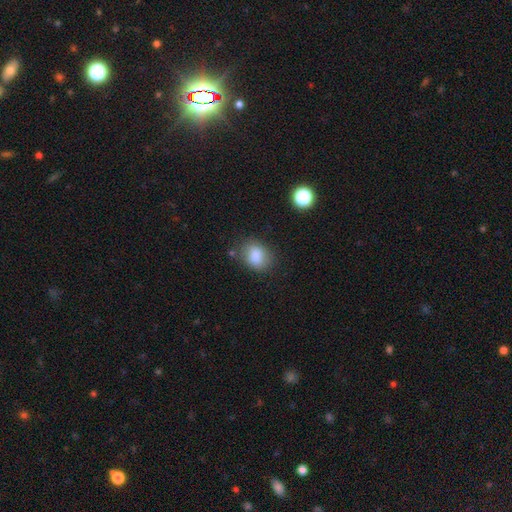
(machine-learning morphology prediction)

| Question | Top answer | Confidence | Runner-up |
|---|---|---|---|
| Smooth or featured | smooth | 84% | star or artifact (9%) |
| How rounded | in between | 61% | round (38%) |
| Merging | none | 72% | minor disturbance (19%) |